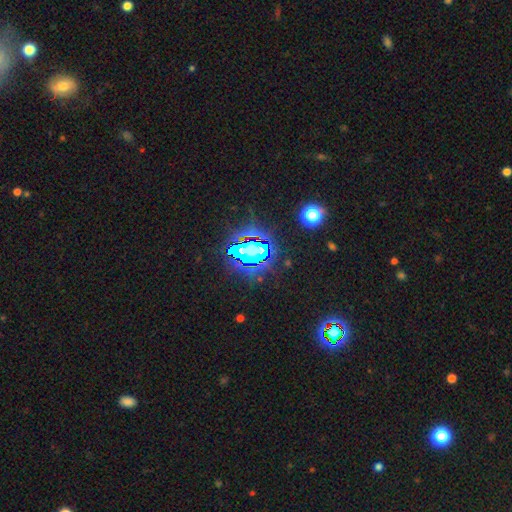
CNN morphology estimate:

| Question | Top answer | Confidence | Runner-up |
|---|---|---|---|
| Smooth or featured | star or artifact | 69% | smooth (16%) |